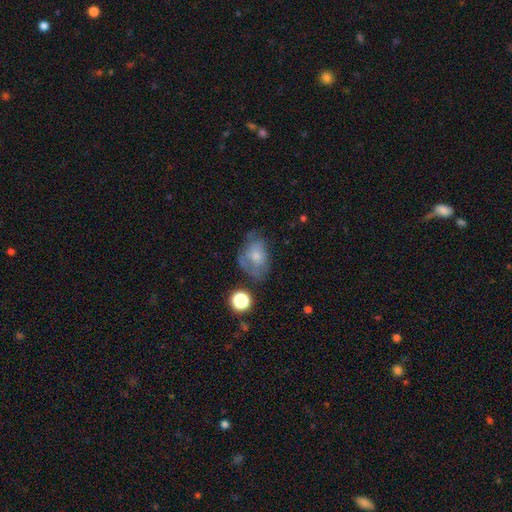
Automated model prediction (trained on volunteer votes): A smooth galaxy with no disk features (58%) that is in between round and cigar-shaped (76%).

Vote fractions:
- Smooth or featured? smooth: 58% / featured or disk: 31% / star or artifact: 11%
- How rounded? in between: 76% / round: 23% / cigar-shaped: 1%
- Merging? none: 40% / minor disturbance: 30% / major disturbance: 24% / merger: 6%